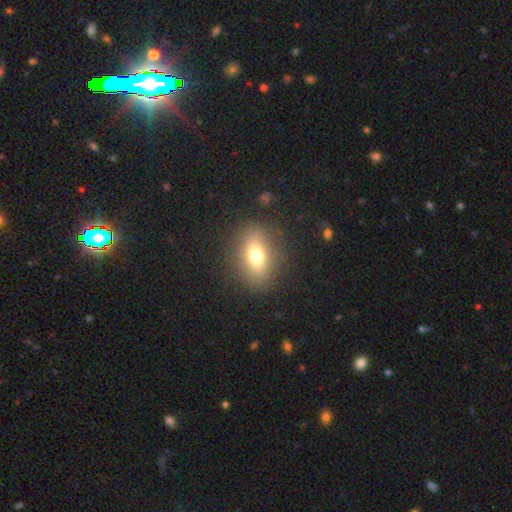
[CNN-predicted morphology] The model was most divided on "how rounded": in between: 65%, round: 31%, cigar-shaped: 5%. More confident: merging — none (84%); smooth or featured — smooth (68%).